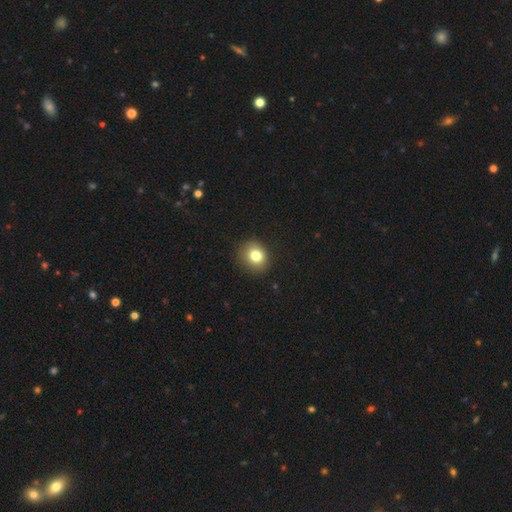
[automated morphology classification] The model was most divided on "how rounded": round: 73%, in between: 26%, cigar-shaped: 1%. More confident: merging — none (87%); smooth or featured — smooth (80%).